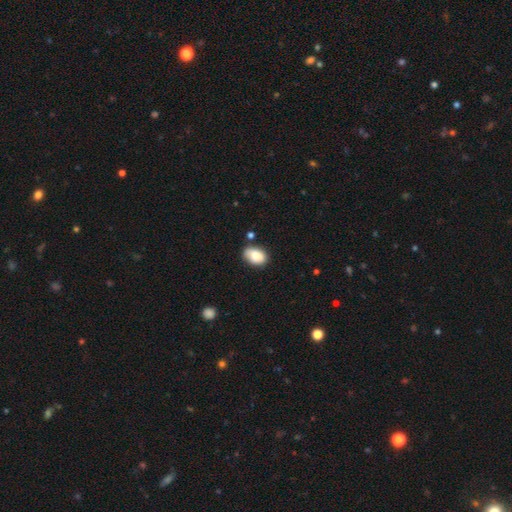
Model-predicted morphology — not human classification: Overall: smooth (82%). How rounded: in between (83%). Merging: none (70%).